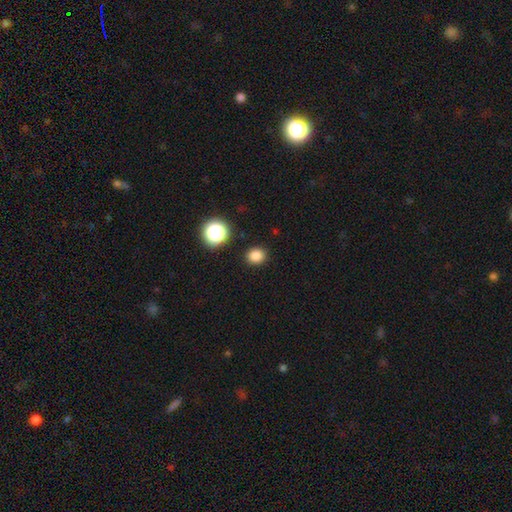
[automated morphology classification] Smooth or featured: smooth — 82% (star or artifact — 14%)
How rounded: round — 77% (in between — 22%)
Merging: none — 90% (minor disturbance — 6%)